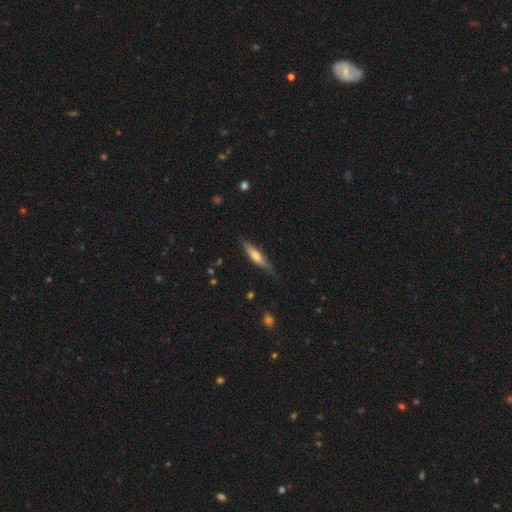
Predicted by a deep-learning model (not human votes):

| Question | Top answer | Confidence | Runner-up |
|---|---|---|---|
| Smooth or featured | smooth | 49% | featured or disk (45%) |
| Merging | none | 78% | minor disturbance (18%) |